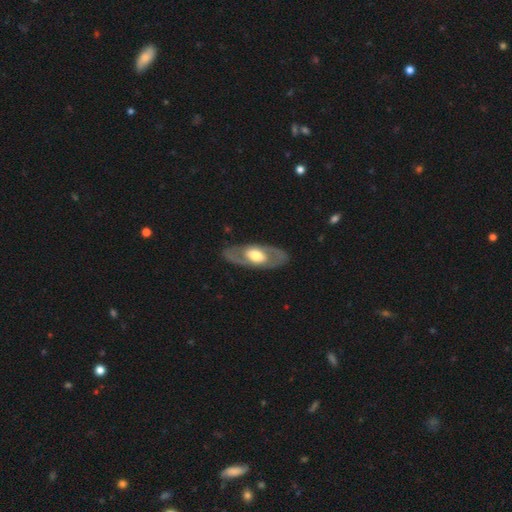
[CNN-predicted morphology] Smooth or featured?
  - featured or disk: 69% *
  - smooth: 27%
  - star or artifact: 4%
Edge-on disk?
  - no: 86% *
  - yes: 14%
Bar?
  - no: 63% *
  - weak: 25%
  - strong: 12%
Spiral arms?
  - no: 58% *
  - yes: 42%
Bulge size?
  - moderate: 57% *
  - large: 33%
  - small: 7%
  - dominant: 2%
  - none: 1%
Merging?
  - none: 85% *
  - minor disturbance: 10%
  - major disturbance: 4%
  - merger: 1%